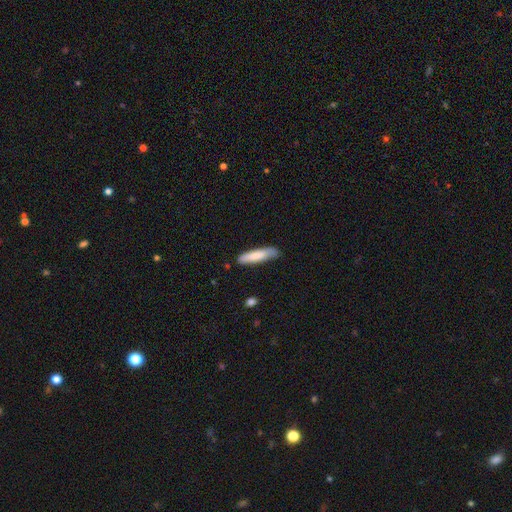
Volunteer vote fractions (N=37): This appears to be a smooth galaxy with no disk features (78%) that is cigar-shaped (72%). Merging: none (82%).